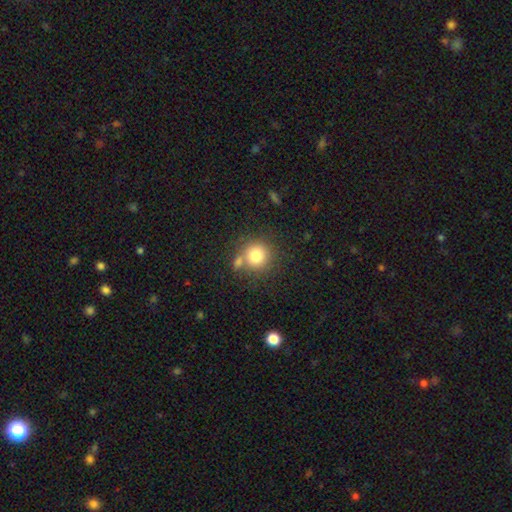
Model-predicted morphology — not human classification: smooth 80%, star or artifact 11%, featured or disk 9%. Down the decision tree: how rounded — round (90%); merging — none (61%).